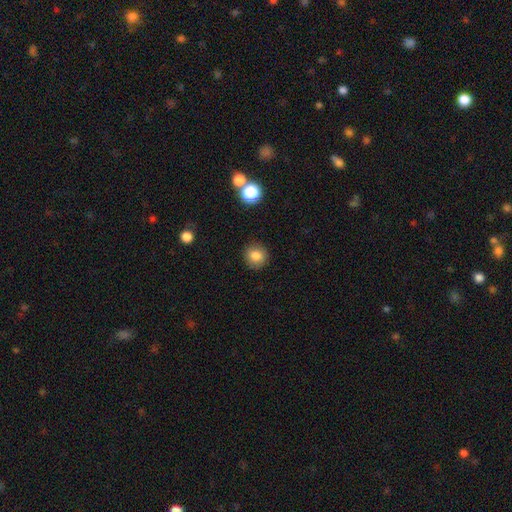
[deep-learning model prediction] Smooth or featured? Predicted: smooth (p=0.83). How rounded? Predicted: round (p=0.89). Merging? Predicted: none (p=0.89).